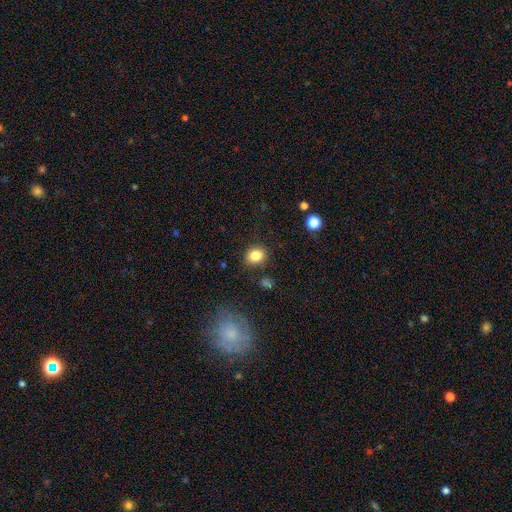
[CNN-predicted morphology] The model was most divided on "how rounded": round: 60%, in between: 39%, cigar-shaped: 1%. More confident: smooth or featured — smooth (84%); merging — none (84%).